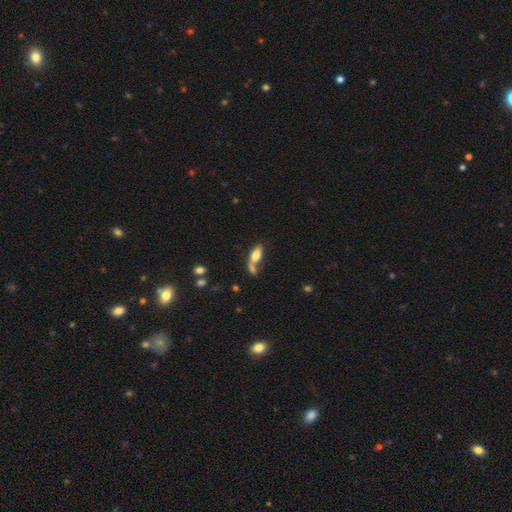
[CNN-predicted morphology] This is likely a smooth galaxy (71%). How rounded: likely in between (78%). Merging: marginally merger (42%).